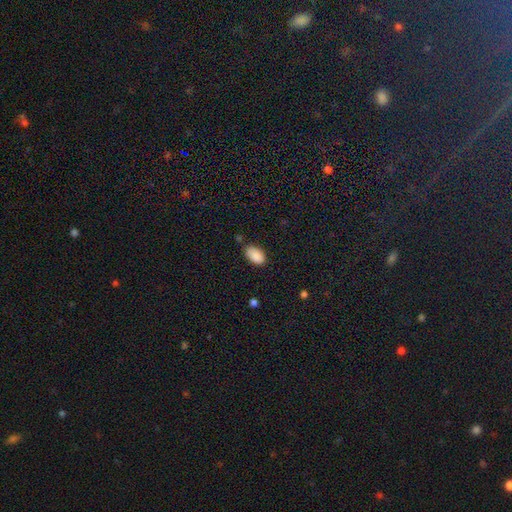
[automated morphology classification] smooth-or-featured: smooth: 88% | star or artifact: 7% | featured or disk: 4%
  how-rounded: in between: 94% | round: 5% | cigar-shaped: 2%
  merging: none: 73% | minor disturbance: 20% | merger: 4% | major disturbance: 3%